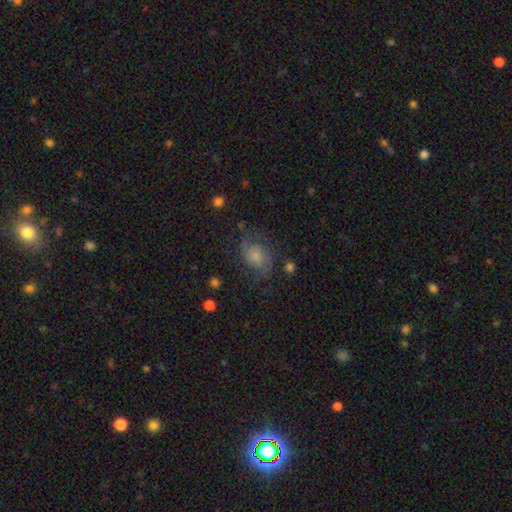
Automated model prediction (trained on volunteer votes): Smooth or featured? Predicted: featured or disk (p=0.47). Merging? Predicted: none (p=0.58).